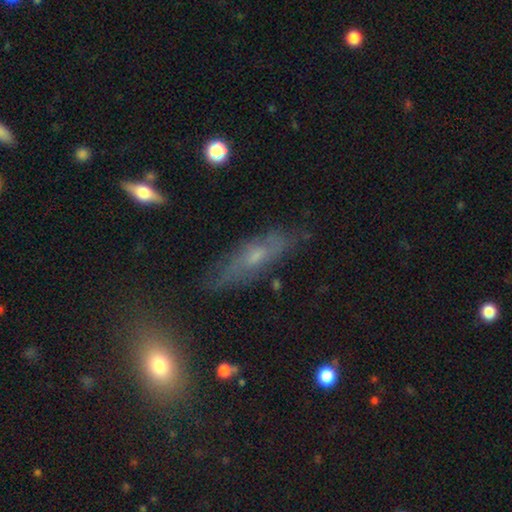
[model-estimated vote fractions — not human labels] Q: Smooth or featured?
A: featured or disk (51%); runner-up: smooth (40%)
Q: Edge-on disk?
A: no (55%); runner-up: yes (45%)
Q: Merging?
A: none (72%); runner-up: minor disturbance (20%)